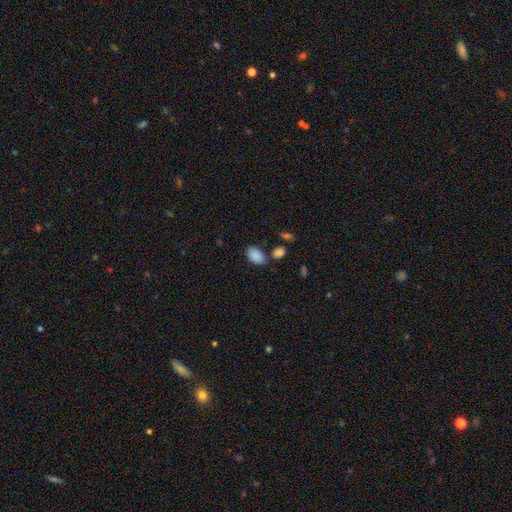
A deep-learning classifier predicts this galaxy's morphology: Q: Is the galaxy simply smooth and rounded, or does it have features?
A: smooth — 88%.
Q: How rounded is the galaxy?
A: in between — 91%.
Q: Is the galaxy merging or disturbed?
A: none — 71%.